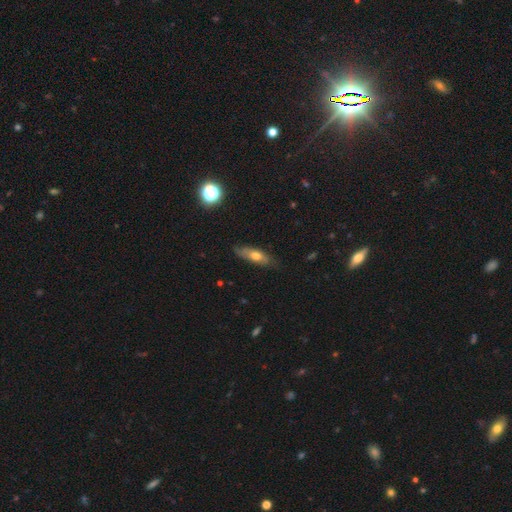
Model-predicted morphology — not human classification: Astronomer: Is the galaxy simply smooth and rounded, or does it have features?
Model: smooth — 58% (runner-up: featured or disk, 34%).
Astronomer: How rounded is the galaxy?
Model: in between — 55% (runner-up: cigar-shaped, 41%).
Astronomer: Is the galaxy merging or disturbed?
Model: none — 73%.